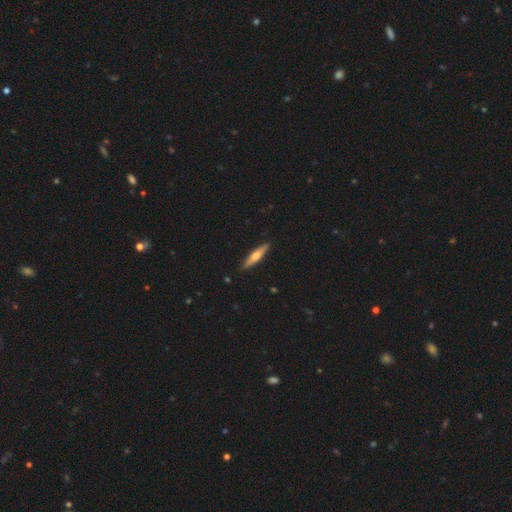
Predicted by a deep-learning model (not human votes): smooth_or_featured: smooth (p=0.48) [alt: featured or disk p=0.46]
merging: none (p=0.90) [alt: minor disturbance p=0.08]